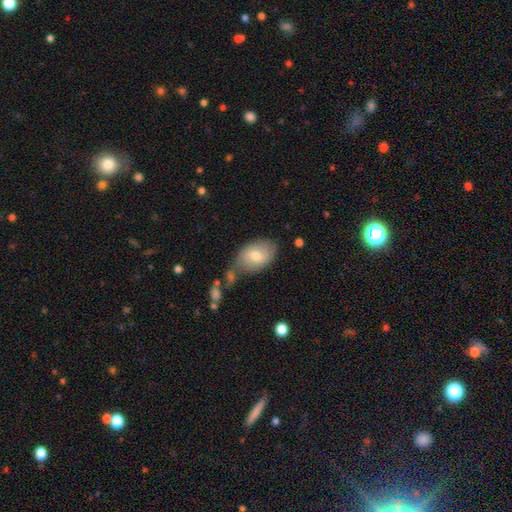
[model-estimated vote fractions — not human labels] Q: Smooth or featured?
A: smooth (73%); runner-up: featured or disk (21%)
Q: How rounded?
A: in between (86%); runner-up: round (12%)
Q: Merging?
A: none (63%); runner-up: minor disturbance (19%)